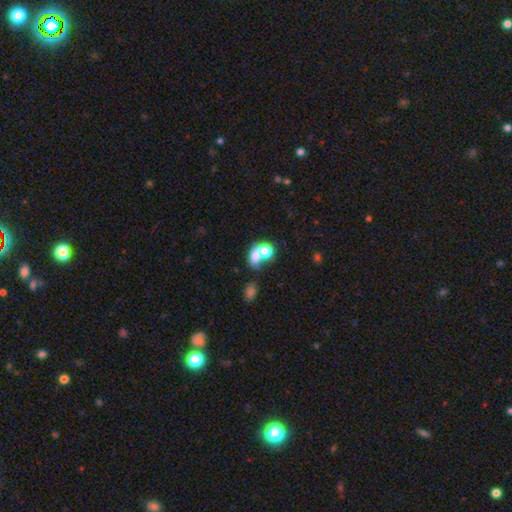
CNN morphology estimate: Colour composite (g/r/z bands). It shows a smooth galaxy with no disk features (68%) that is in between round and cigar-shaped (55%). Merging: merger (53%).